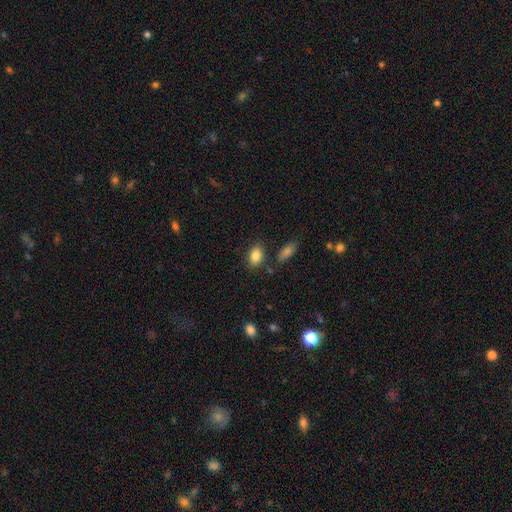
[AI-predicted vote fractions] Morphology: type=smooth (85%); roundness=in between (82%); merging=none (80%).